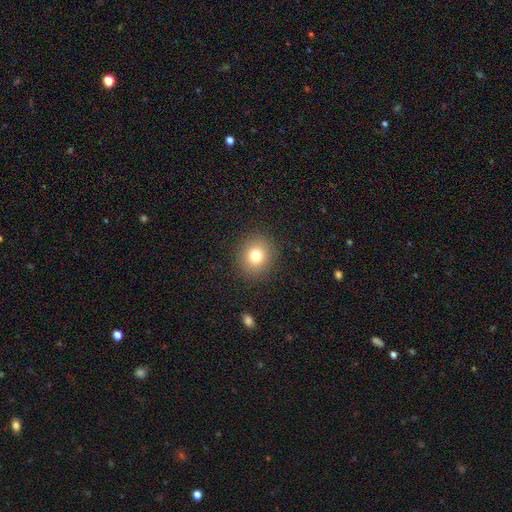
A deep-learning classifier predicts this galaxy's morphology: smooth_or_featured: smooth (p=0.78) [alt: star or artifact p=0.13]
how_rounded: round (p=0.83) [alt: in between p=0.16]
merging: none (p=0.90) [alt: minor disturbance p=0.06]